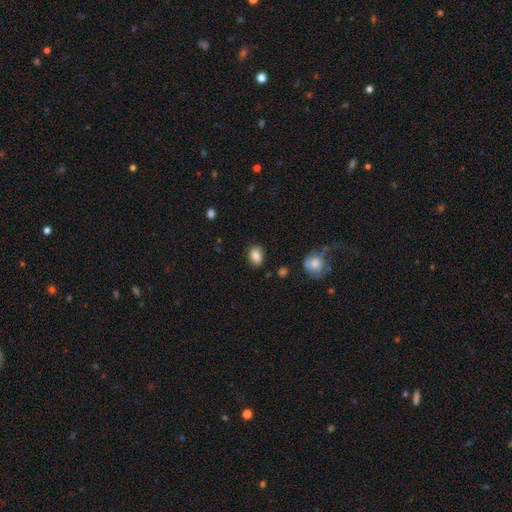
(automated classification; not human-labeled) A smooth galaxy with no disk features (85%) that is in between round and cigar-shaped (77%). Merging: none (85%).